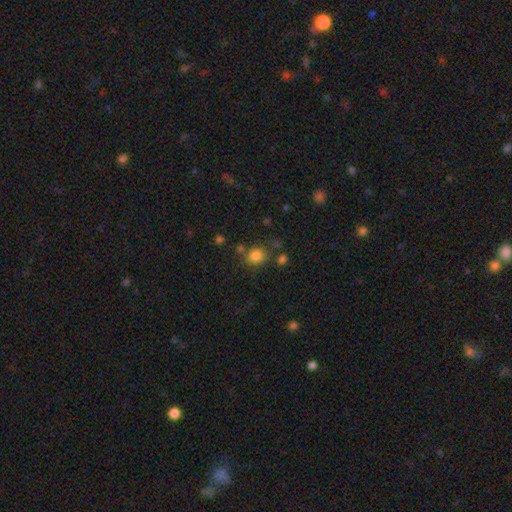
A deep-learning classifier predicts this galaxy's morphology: Q: Smooth or featured?
A: smooth (81%); runner-up: star or artifact (13%)
Q: How rounded?
A: round (74%); runner-up: in between (25%)
Q: Merging?
A: none (74%); runner-up: minor disturbance (12%)